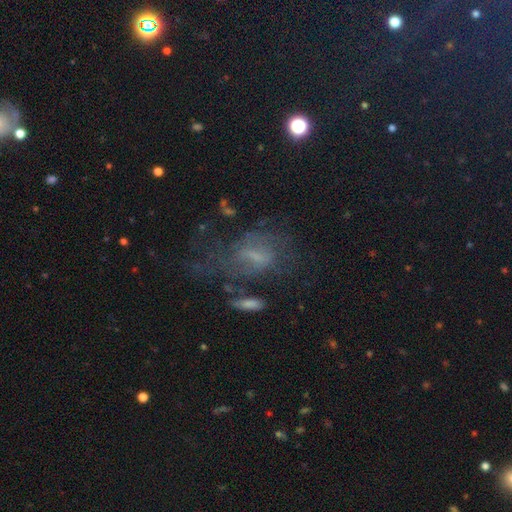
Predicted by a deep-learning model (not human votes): smooth-or-featured: featured or disk: 53% | smooth: 29% | star or artifact: 18%
  disk-edge-on: no: 93% | yes: 7%
  merging: none: 40% | major disturbance: 33% | minor disturbance: 20% | merger: 7%